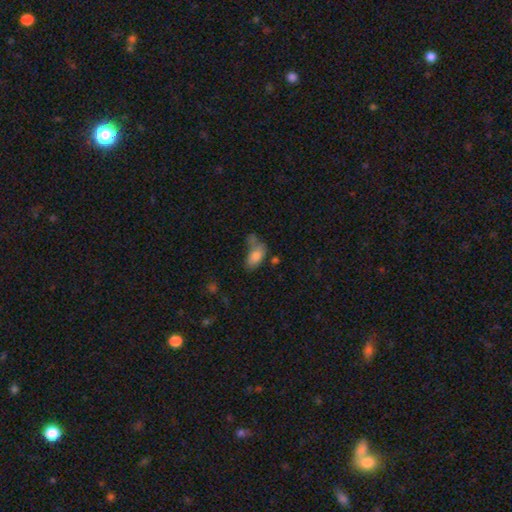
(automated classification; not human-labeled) Morphology: type=smooth (80%); roundness=in between (91%); merging=none (35%).